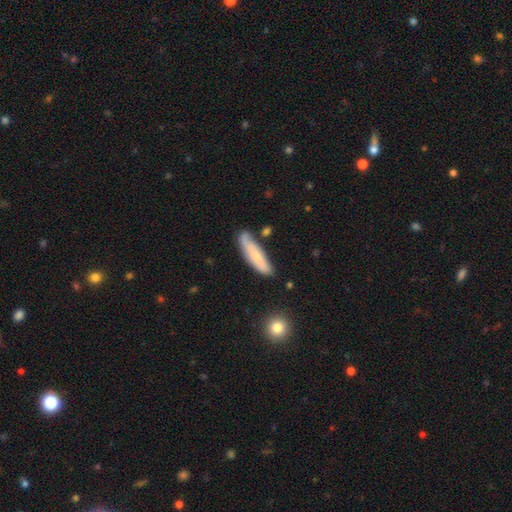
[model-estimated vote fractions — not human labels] Smooth or featured: smooth — 61% (featured or disk — 33%)
How rounded: cigar-shaped — 64% (in between — 34%)
Merging: none — 64% (minor disturbance — 24%)